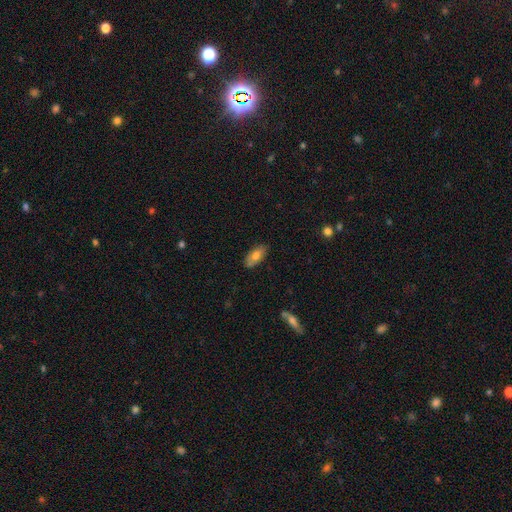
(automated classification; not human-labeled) This appears to be a smooth galaxy with no disk features (72%) that is in between round and cigar-shaped (88%). Merging: none (81%).